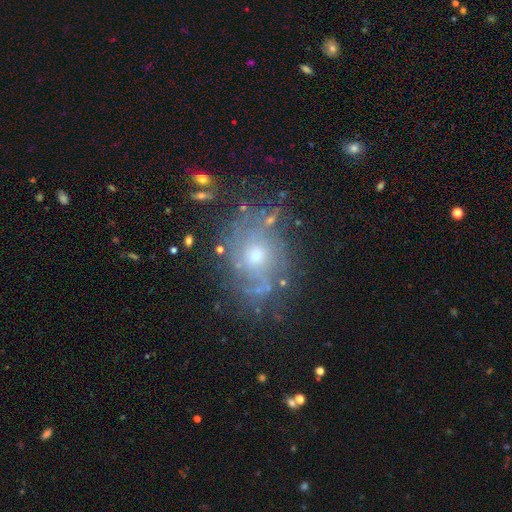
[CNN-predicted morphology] A featured or disk galaxy (63%) with no bar (81%), spiral arms (71%) and a moderate central bulge (51%). Merging: none (72%).